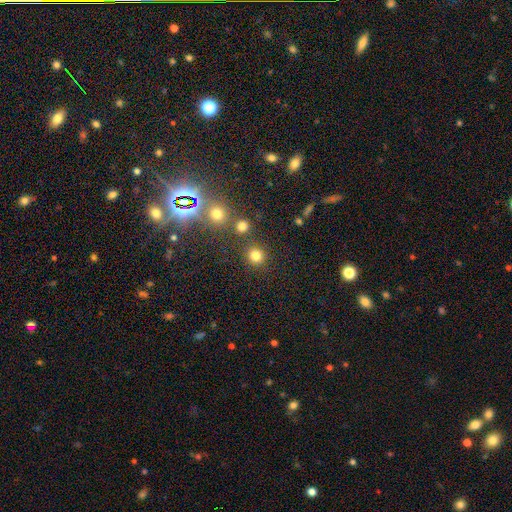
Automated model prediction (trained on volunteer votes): Q: Smooth or featured?
A: smooth (80%); runner-up: star or artifact (15%)
Q: How rounded?
A: round (91%); runner-up: in between (8%)
Q: Merging?
A: none (85%); runner-up: minor disturbance (6%)